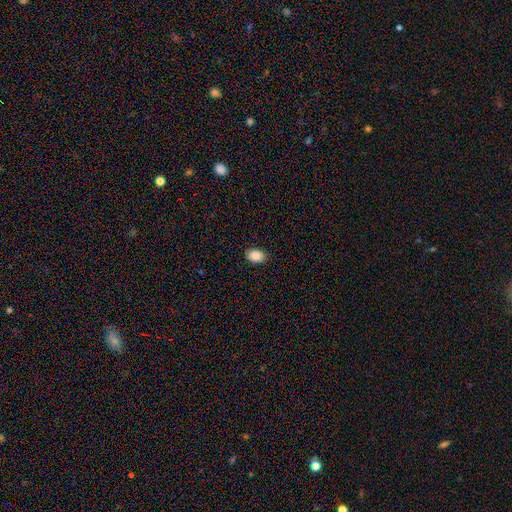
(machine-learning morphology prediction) type=smooth (88%); roundness=in between (79%); merging=none (88%).